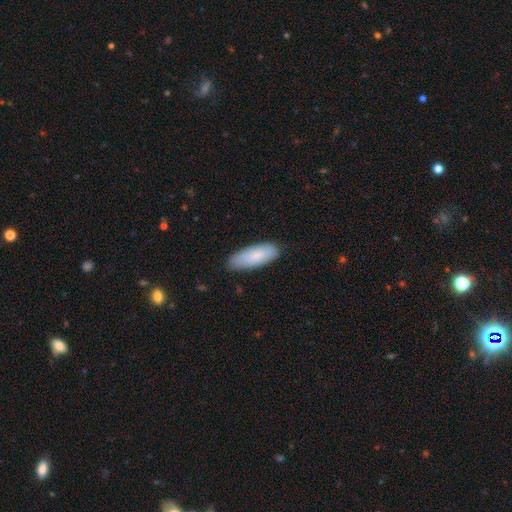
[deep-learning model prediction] smooth_or_featured: smooth (p=0.84) [alt: featured or disk p=0.11]
how_rounded: in between (p=0.69) [alt: cigar-shaped p=0.30]
merging: none (p=0.82) [alt: minor disturbance p=0.15]